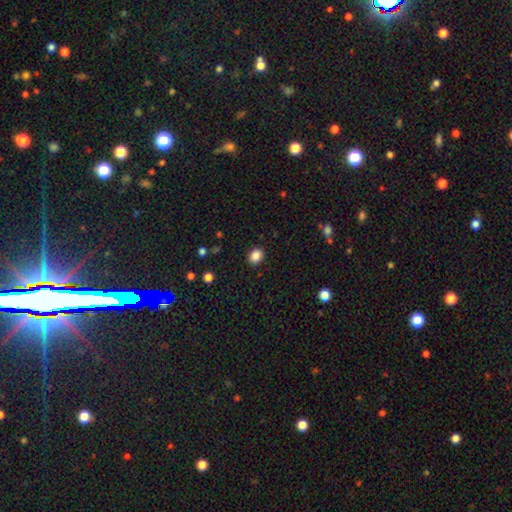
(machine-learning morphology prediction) type=smooth (87%); roundness=in between (50%); merging=none (89%).